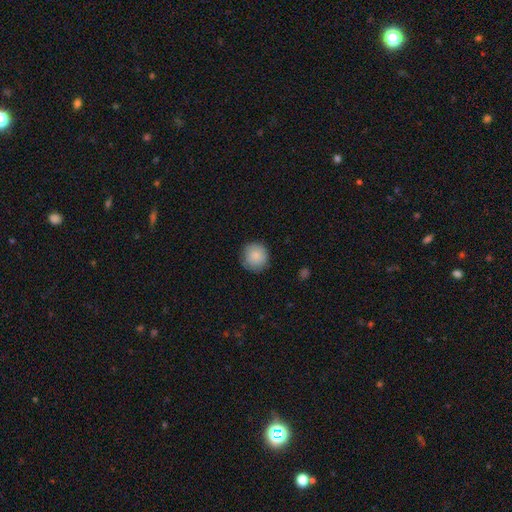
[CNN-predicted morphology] Smooth or featured? Predicted: smooth (p=0.86). How rounded? Predicted: round (p=0.93). Merging? Predicted: none (p=0.85).